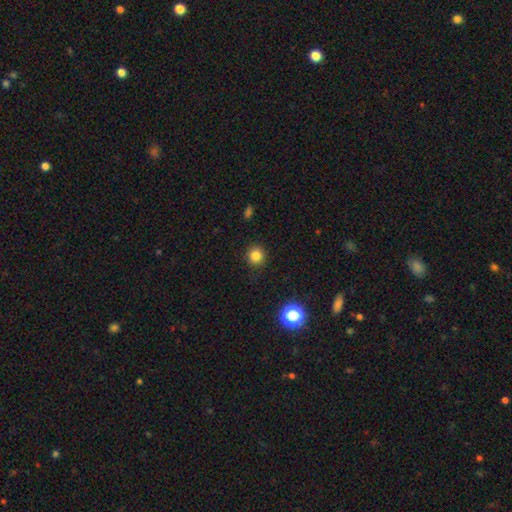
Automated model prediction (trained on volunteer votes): This is clearly a smooth galaxy (82%). How rounded: clearly round (93%). Merging: clearly none (91%).